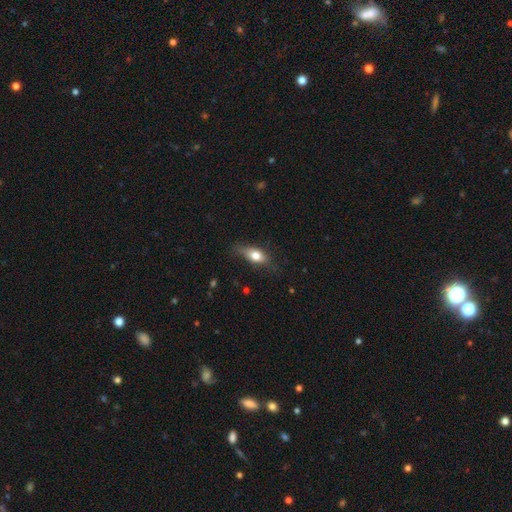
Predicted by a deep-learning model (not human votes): Smooth or featured: smooth — 69% (featured or disk — 23%)
How rounded: in between — 75% (cigar-shaped — 16%)
Merging: none — 66% (minor disturbance — 25%)